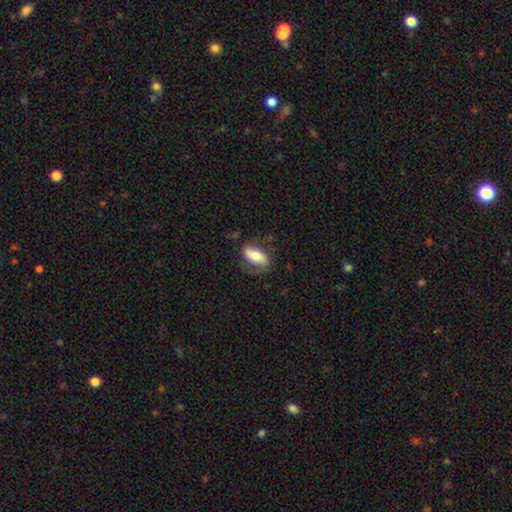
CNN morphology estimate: Smooth or featured: smooth — 55% (featured or disk — 39%)
How rounded: in between — 86% (cigar-shaped — 9%)
Merging: none — 67% (minor disturbance — 21%)